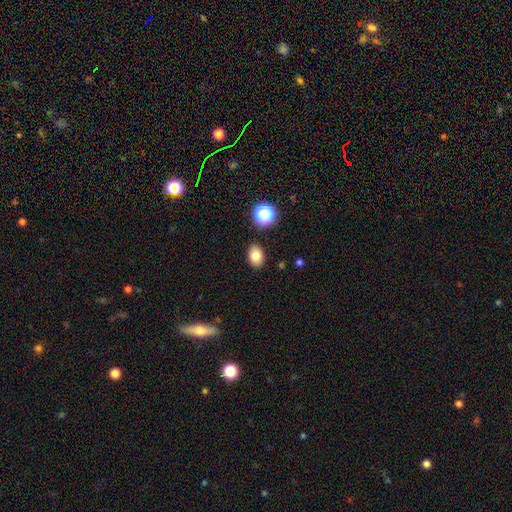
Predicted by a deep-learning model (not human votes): A smooth galaxy with no disk features (82%) that is in between round and cigar-shaped (76%).

Vote fractions:
- Smooth or featured? smooth: 82% / star or artifact: 11% / featured or disk: 7%
- How rounded? in between: 76% / round: 23% / cigar-shaped: 1%
- Merging? none: 86% / minor disturbance: 9% / merger: 2% / major disturbance: 2%